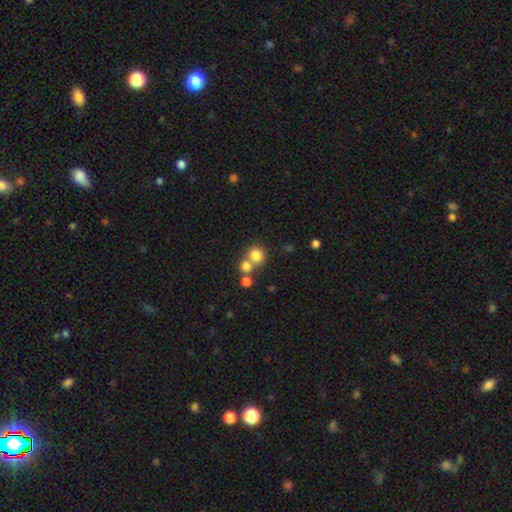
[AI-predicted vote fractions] This is likely a smooth galaxy (78%). How rounded: clearly round (85%). Merging: possibly none (51%).